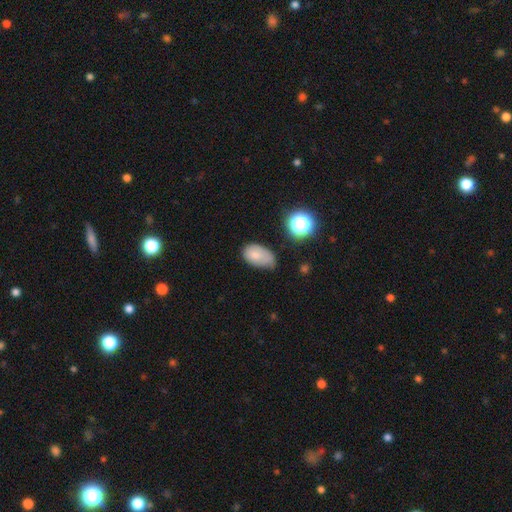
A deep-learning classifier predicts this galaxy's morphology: Q: Smooth or featured?
A: smooth (76%); runner-up: featured or disk (13%)
Q: How rounded?
A: in between (88%); runner-up: round (11%)
Q: Merging?
A: minor disturbance (44%); runner-up: none (36%)